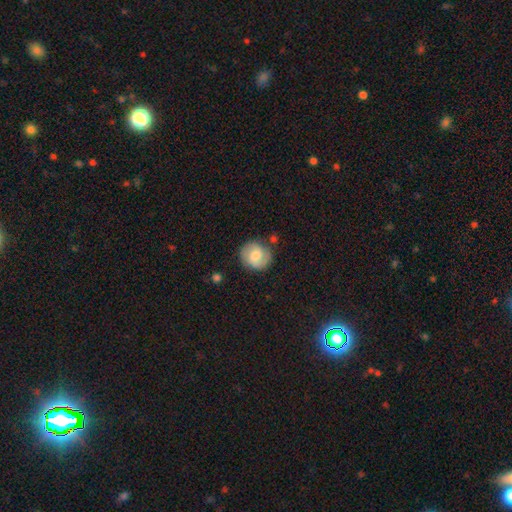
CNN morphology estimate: A smooth galaxy with no disk features (53%) that is round (86%).

Vote fractions:
- Smooth or featured? smooth: 53% / featured or disk: 40% / star or artifact: 7%
- How rounded? round: 86% / in between: 13% / cigar-shaped: 1%
- Merging? none: 78% / minor disturbance: 14% / major disturbance: 4% / merger: 4%